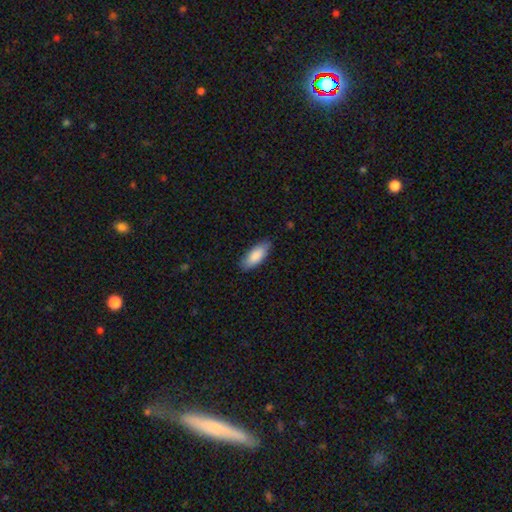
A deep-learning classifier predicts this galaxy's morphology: A smooth galaxy with no disk features (86%) that is in between round and cigar-shaped (80%).

Vote fractions:
- Smooth or featured? smooth: 86% / featured or disk: 9% / star or artifact: 5%
- How rounded? in between: 80% / cigar-shaped: 18% / round: 2%
- Merging? none: 84% / minor disturbance: 13% / major disturbance: 2% / merger: 1%